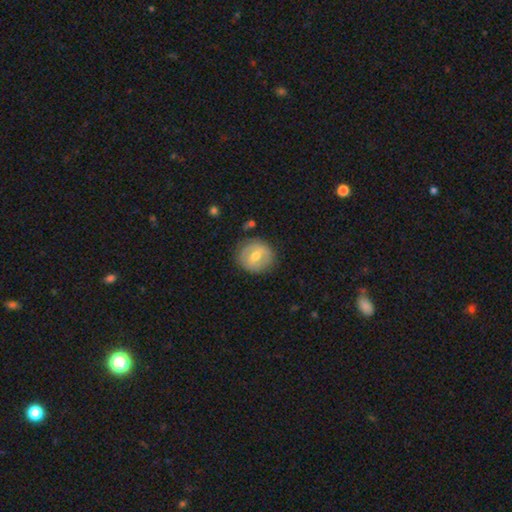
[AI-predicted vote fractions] This appears to be a smooth galaxy with no disk features (50%) that is round (84%). Merging: none (81%).